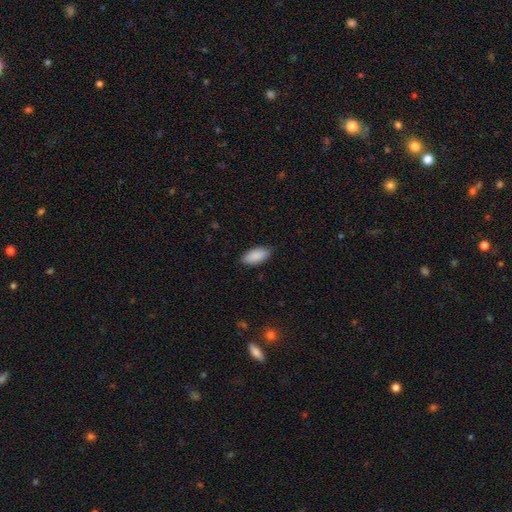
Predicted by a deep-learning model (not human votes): A smooth galaxy with no disk features (90%) that is in between round and cigar-shaped (92%).

Vote fractions:
- Smooth or featured? smooth: 90% / star or artifact: 6% / featured or disk: 4%
- How rounded? in between: 92% / cigar-shaped: 6% / round: 2%
- Merging? none: 85% / minor disturbance: 12% / major disturbance: 2% / merger: 1%